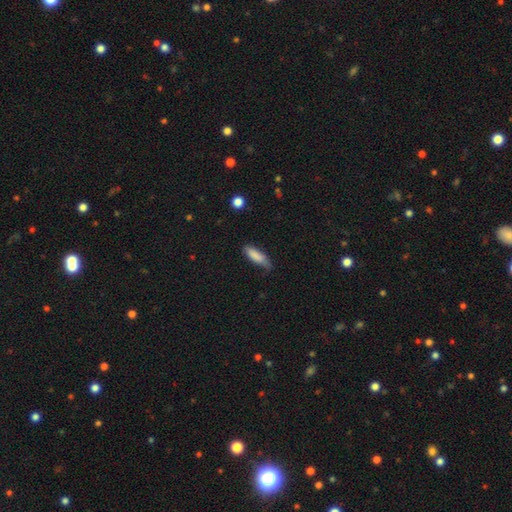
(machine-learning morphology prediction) Smooth or featured? Predicted: smooth (p=0.84). How rounded? Predicted: cigar-shaped (p=0.50). Merging? Predicted: none (p=0.58).